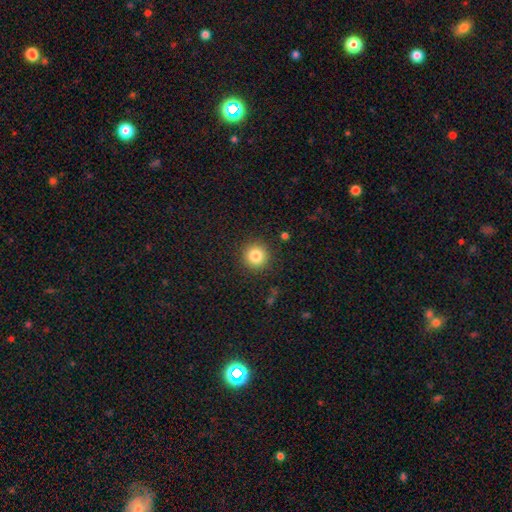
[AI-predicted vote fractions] This is clearly a smooth galaxy (83%). How rounded: clearly round (95%). Merging: clearly none (90%).